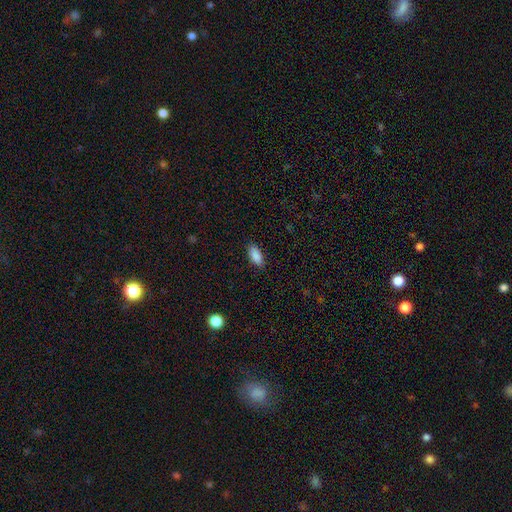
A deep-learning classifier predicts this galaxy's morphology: Overall: smooth (89%). How rounded: in between (89%). Merging: none (86%).